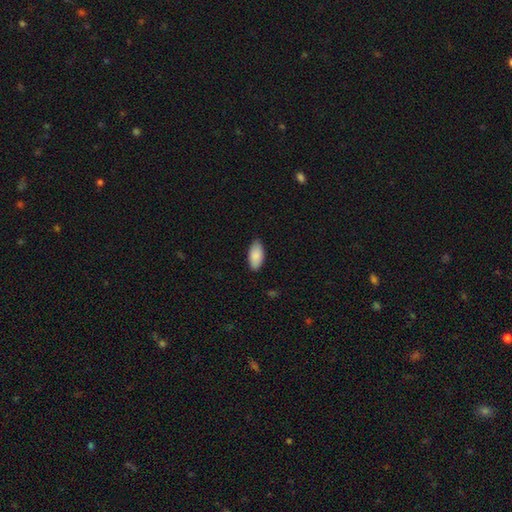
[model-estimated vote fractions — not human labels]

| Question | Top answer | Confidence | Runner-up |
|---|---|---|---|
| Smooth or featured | smooth | 89% | star or artifact (6%) |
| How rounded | in between | 93% | cigar-shaped (5%) |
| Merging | none | 84% | minor disturbance (13%) |